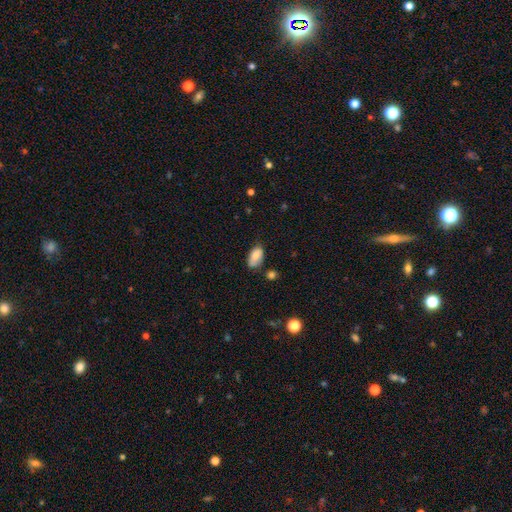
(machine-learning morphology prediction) Smooth or featured? Predicted: smooth (p=0.82). How rounded? Predicted: in between (p=0.93). Merging? Predicted: none (p=0.57).